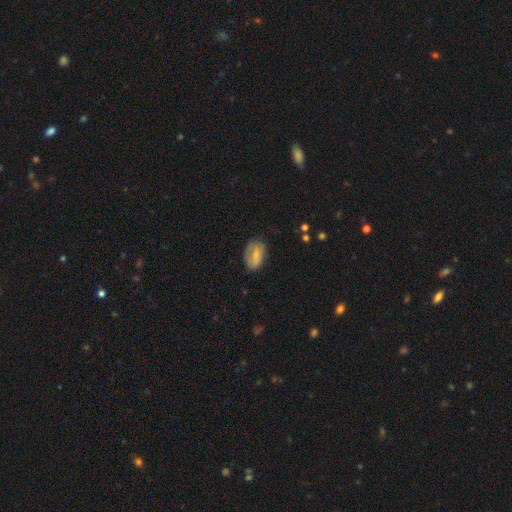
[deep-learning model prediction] This appears to be a smooth galaxy with no disk features (64%) that is in between round and cigar-shaped (87%). Merging: none (65%).